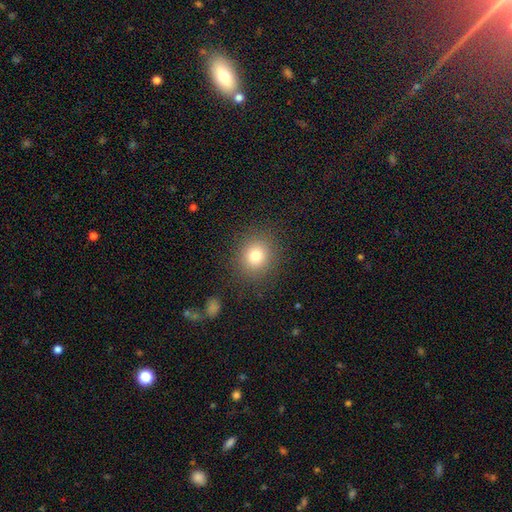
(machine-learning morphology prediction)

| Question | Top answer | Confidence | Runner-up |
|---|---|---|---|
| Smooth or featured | smooth | 79% | star or artifact (12%) |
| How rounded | round | 79% | in between (20%) |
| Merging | none | 86% | minor disturbance (8%) |